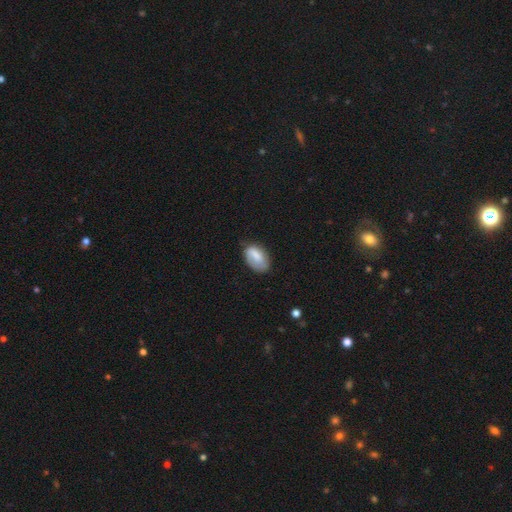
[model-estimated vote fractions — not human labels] smooth 72%, featured or disk 21%, star or artifact 7%. Down the decision tree: how rounded — in between (91%); merging — none (63%).